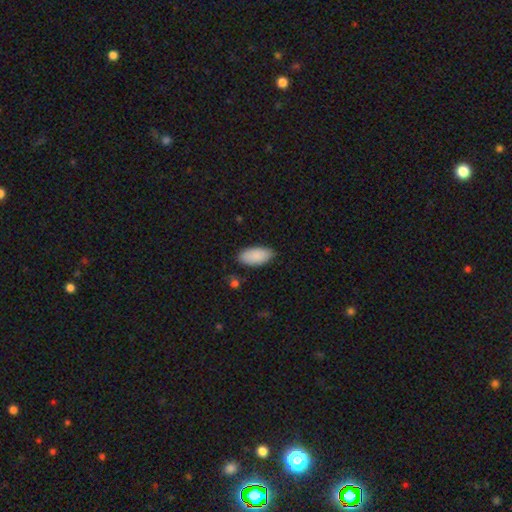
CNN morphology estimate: smooth_or_featured: smooth (p=0.90) [alt: star or artifact p=0.06]
how_rounded: in between (p=0.94) [alt: cigar-shaped p=0.05]
merging: none (p=0.83) [alt: minor disturbance p=0.14]